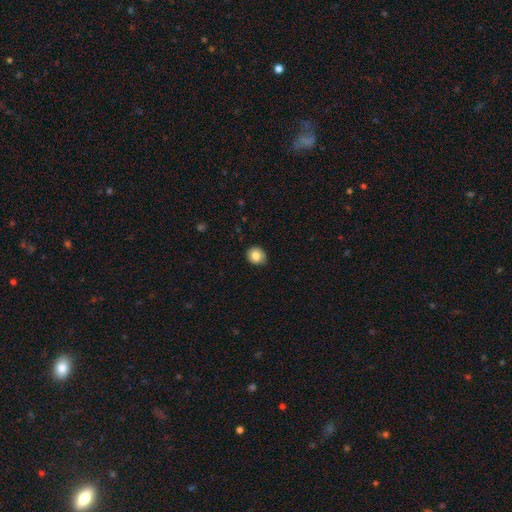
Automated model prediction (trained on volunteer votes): Smooth or featured?
  - smooth: 81% *
  - featured or disk: 10%
  - star or artifact: 9%
How rounded?
  - round: 74% *
  - in between: 25%
  - cigar-shaped: 1%
Merging?
  - none: 77% *
  - minor disturbance: 19%
  - major disturbance: 3%
  - merger: 1%